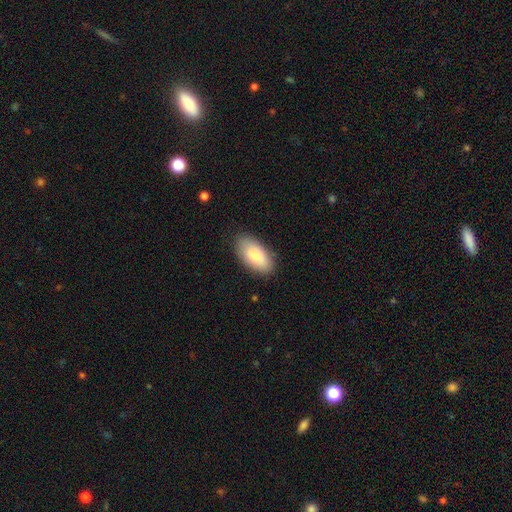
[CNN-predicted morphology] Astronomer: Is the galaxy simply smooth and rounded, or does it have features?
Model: smooth — 83%.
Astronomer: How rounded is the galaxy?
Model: in between — 93%.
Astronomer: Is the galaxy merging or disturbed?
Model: none — 85%.